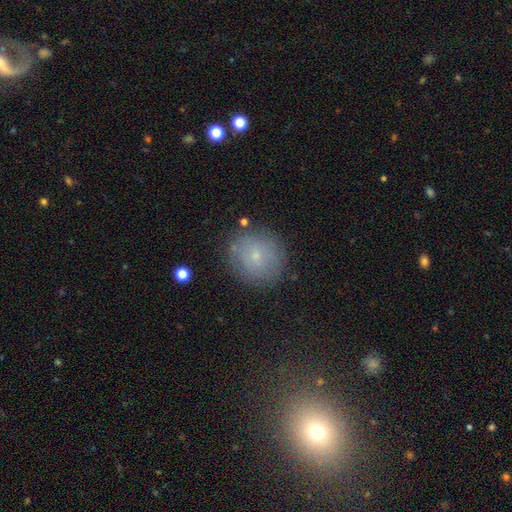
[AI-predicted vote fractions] Smooth or featured: smooth — 66% (featured or disk — 22%)
How rounded: round — 89% (in between — 10%)
Merging: none — 83% (minor disturbance — 11%)